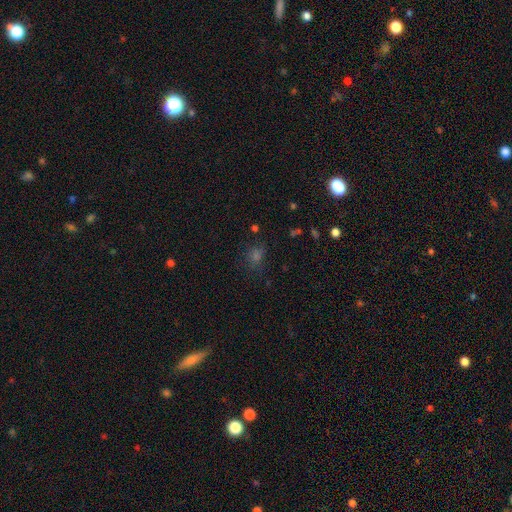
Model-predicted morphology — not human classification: Smooth or featured? Predicted: smooth (p=0.57). How rounded? Predicted: round (p=0.61). Merging? Predicted: none (p=0.76).